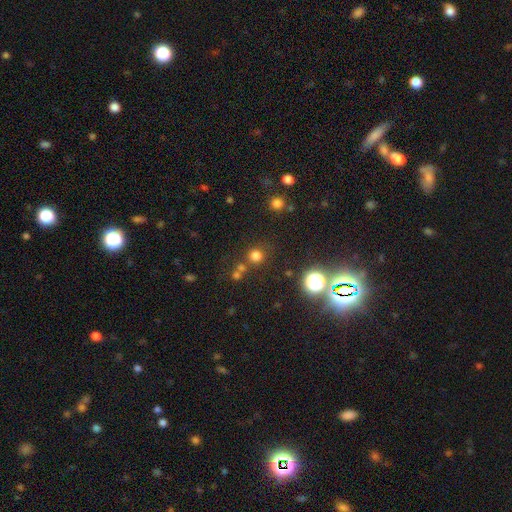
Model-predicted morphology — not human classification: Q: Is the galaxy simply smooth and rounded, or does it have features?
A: smooth — 71%.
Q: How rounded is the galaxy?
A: round — 92%.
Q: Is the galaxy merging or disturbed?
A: none — 76%.